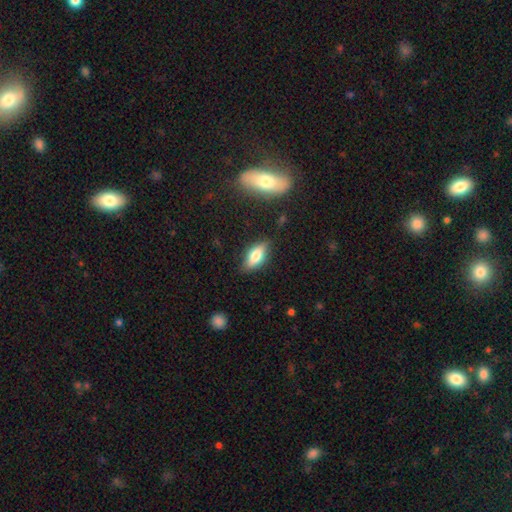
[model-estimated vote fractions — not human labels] Smooth or featured: smooth — 65% (featured or disk — 27%)
How rounded: in between — 78% (cigar-shaped — 18%)
Merging: none — 80% (minor disturbance — 15%)